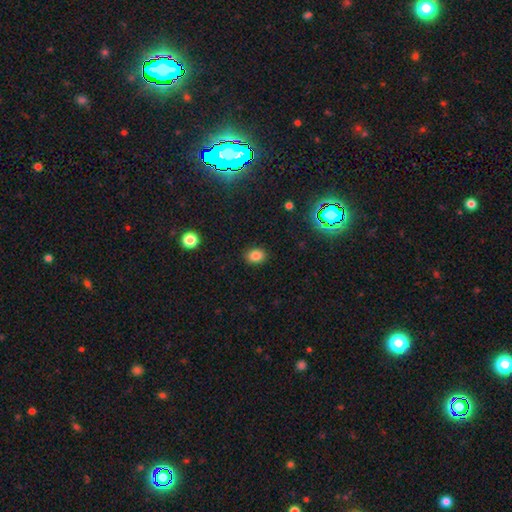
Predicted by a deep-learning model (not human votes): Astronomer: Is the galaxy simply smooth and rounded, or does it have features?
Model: smooth — 83%.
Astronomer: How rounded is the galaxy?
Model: in between — 64%.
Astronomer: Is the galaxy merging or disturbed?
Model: none — 88%.